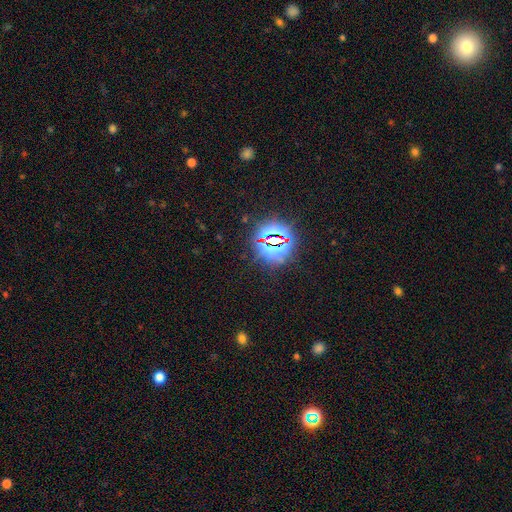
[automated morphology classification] Smooth or featured? star or artifact (81%)